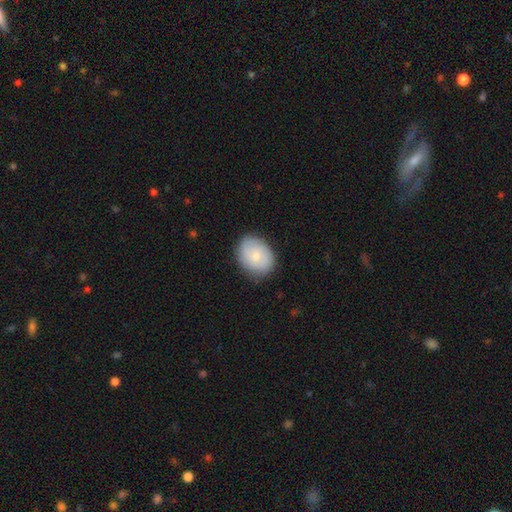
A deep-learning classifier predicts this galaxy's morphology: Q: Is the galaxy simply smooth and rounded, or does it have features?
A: smooth — 69%.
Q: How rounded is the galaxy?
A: in between — 58%.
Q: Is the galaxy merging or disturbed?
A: none — 81%.